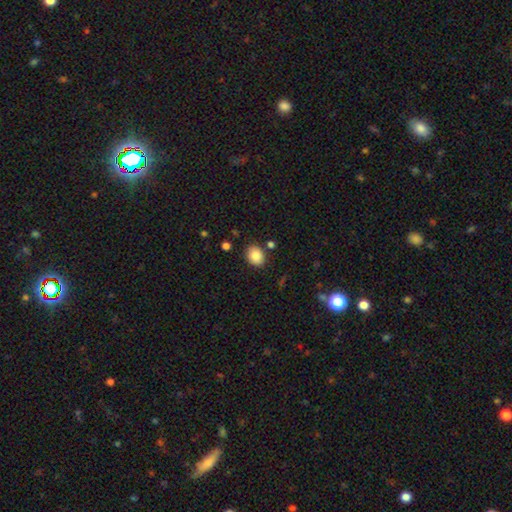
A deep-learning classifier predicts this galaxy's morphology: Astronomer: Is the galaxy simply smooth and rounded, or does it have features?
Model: smooth — 87%.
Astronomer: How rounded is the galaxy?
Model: in between — 54% (runner-up: round, 45%).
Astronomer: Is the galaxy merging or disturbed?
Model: none — 83%.